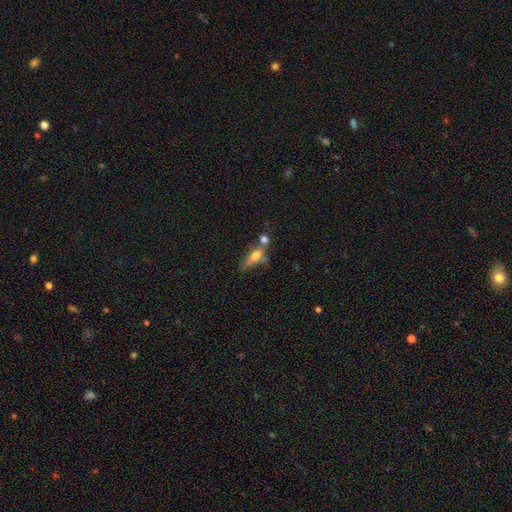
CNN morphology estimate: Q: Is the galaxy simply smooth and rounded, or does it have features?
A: smooth — 61%.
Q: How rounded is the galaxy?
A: in between — 58%.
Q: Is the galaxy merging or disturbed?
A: merger — 38%.